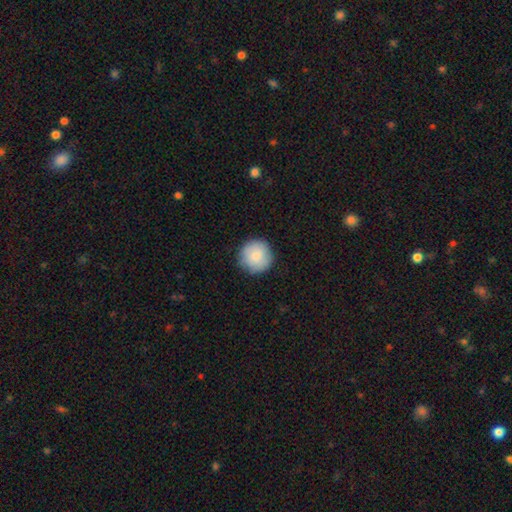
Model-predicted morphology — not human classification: Smooth or featured?
  - smooth: 86% *
  - featured or disk: 8%
  - star or artifact: 6%
How rounded?
  - round: 95% *
  - in between: 4%
  - cigar-shaped: 1%
Merging?
  - none: 88% *
  - minor disturbance: 9%
  - major disturbance: 2%
  - merger: 1%